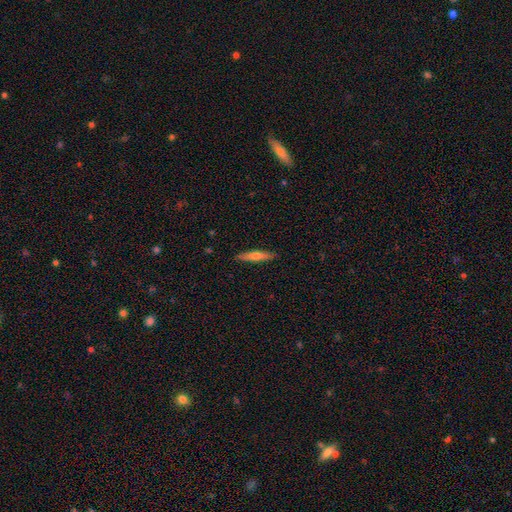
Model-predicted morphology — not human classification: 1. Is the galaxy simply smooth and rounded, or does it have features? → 59% smooth, 35% featured or disk, 6% star or artifact.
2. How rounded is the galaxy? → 90% cigar-shaped, 9% in between, 1% round.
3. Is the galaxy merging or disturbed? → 90% none, 8% minor disturbance, 1% major disturbance, 1% merger.